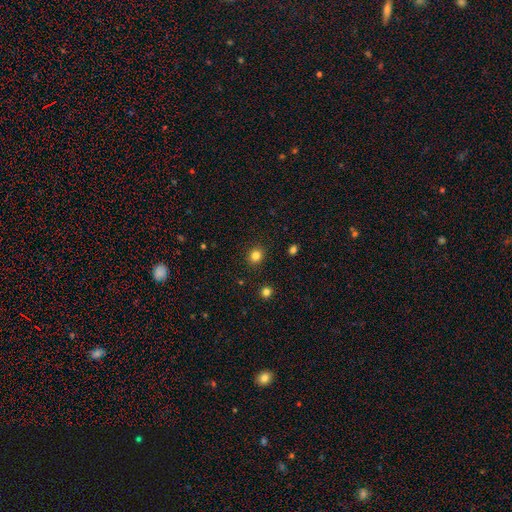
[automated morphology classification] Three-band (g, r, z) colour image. It shows a smooth galaxy with no disk features (82%) that is round (81%). Merging: none (91%).